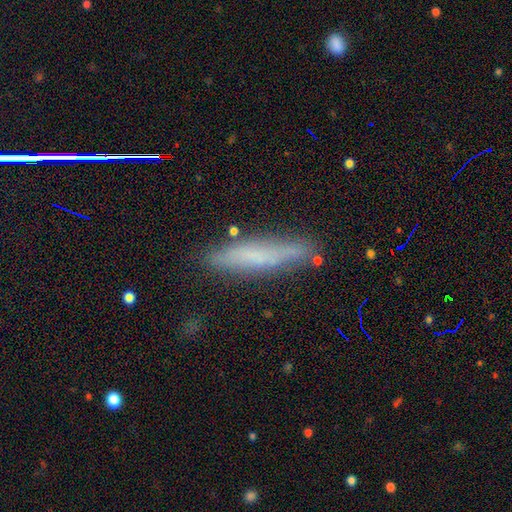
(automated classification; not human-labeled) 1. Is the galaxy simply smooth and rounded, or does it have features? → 57% smooth, 33% featured or disk, 10% star or artifact.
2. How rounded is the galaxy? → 86% cigar-shaped, 13% in between, 2% round.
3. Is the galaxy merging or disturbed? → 79% none, 15% minor disturbance, 3% major disturbance, 3% merger.